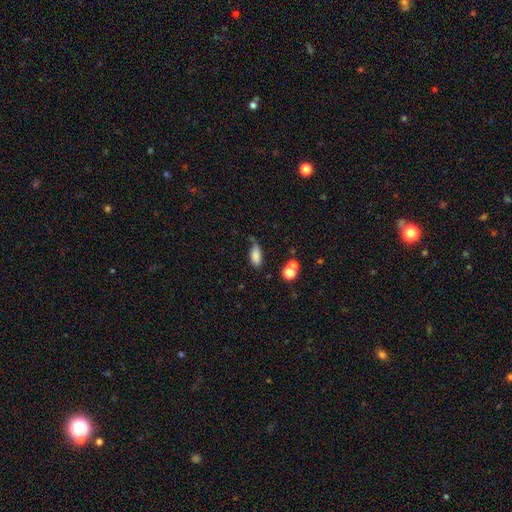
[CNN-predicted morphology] Smooth or featured? smooth (80%)
How rounded? in between (86%)
Merging? none (45%)